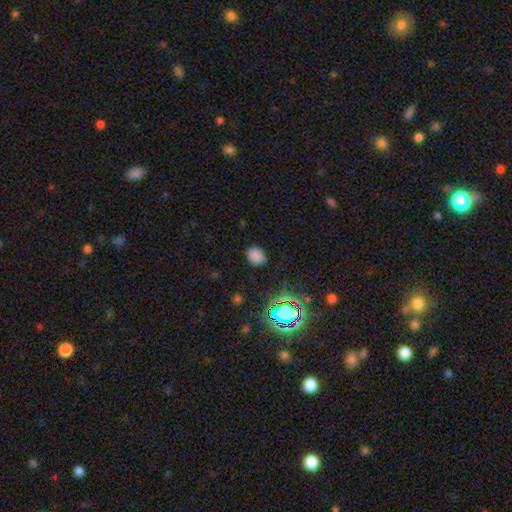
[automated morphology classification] smooth 76%, star or artifact 19%, featured or disk 5%. Down the decision tree: how rounded — round (52%); merging — none (83%).